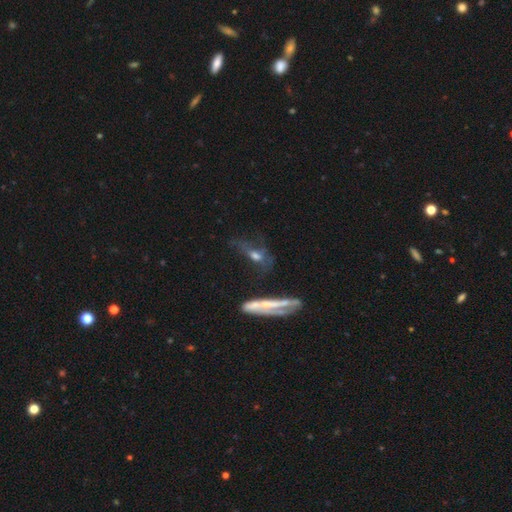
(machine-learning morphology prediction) smooth-or-featured: featured or disk: 50% | smooth: 36% | star or artifact: 14%
  disk-edge-on: no: 63% | yes: 37%
  merging: none: 35% | major disturbance: 29% | minor disturbance: 20% | merger: 16%